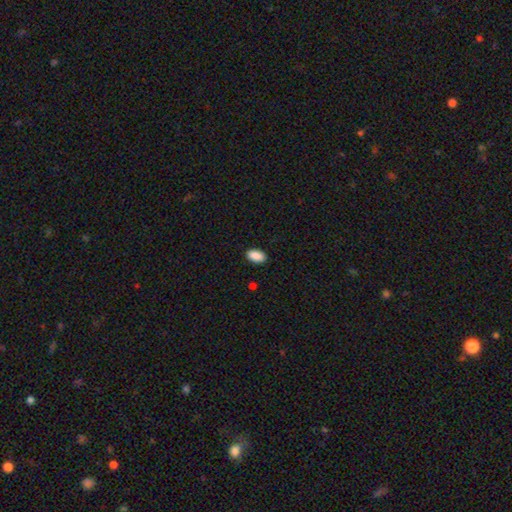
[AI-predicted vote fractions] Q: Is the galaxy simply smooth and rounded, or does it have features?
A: smooth — 90%.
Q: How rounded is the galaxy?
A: in between — 94%.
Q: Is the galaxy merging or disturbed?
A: none — 89%.